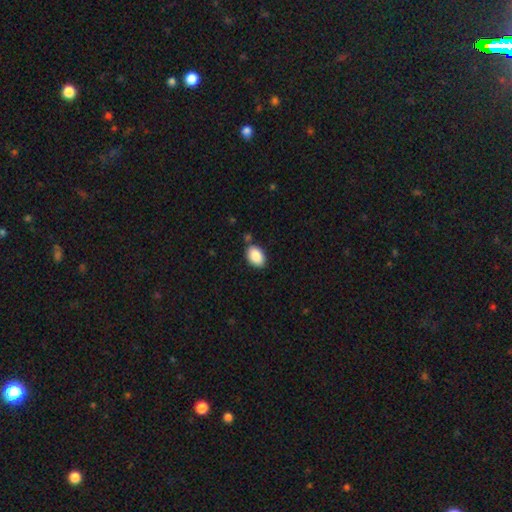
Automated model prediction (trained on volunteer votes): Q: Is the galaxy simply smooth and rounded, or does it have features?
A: smooth — 89%.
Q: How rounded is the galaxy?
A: in between — 87%.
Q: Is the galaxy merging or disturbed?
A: none — 79%.